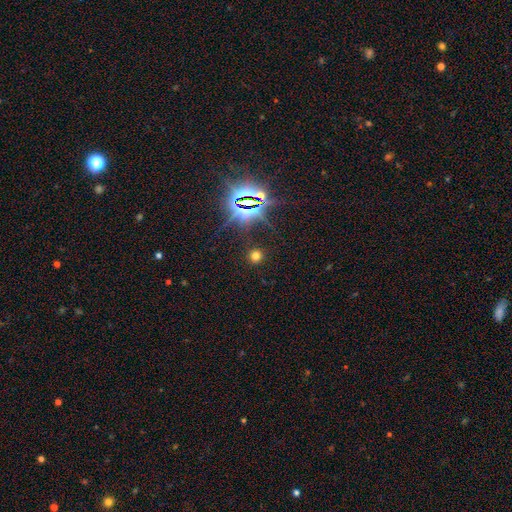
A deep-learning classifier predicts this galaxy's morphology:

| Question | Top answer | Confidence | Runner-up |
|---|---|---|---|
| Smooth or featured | smooth | 61% | star or artifact (32%) |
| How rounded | round | 92% | in between (7%) |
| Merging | none | 88% | minor disturbance (6%) |